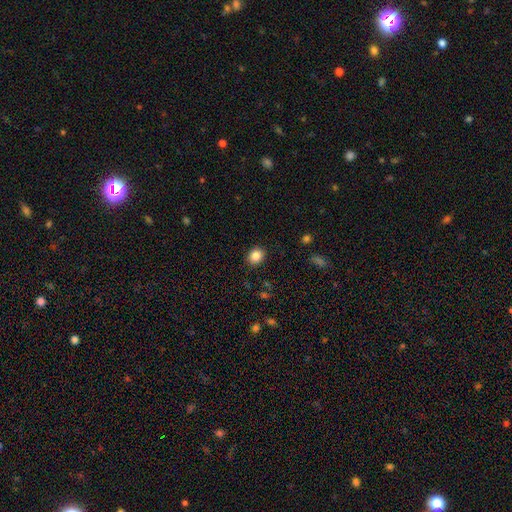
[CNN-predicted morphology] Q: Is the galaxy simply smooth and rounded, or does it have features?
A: smooth — 86%.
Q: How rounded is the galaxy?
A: round — 63%.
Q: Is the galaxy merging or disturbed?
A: none — 89%.